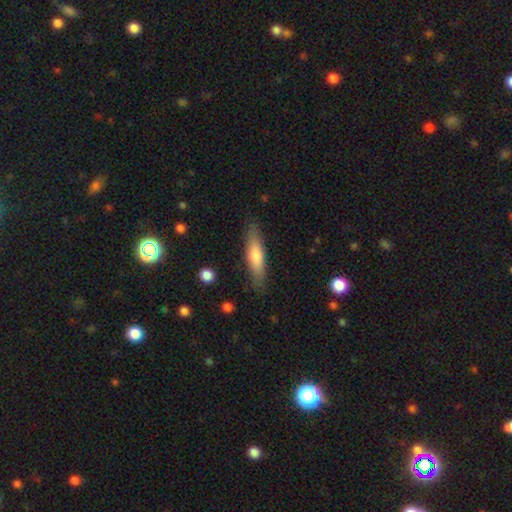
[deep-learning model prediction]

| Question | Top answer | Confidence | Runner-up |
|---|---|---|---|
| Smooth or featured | smooth | 70% | featured or disk (25%) |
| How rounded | cigar-shaped | 74% | in between (25%) |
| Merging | none | 86% | minor disturbance (11%) |